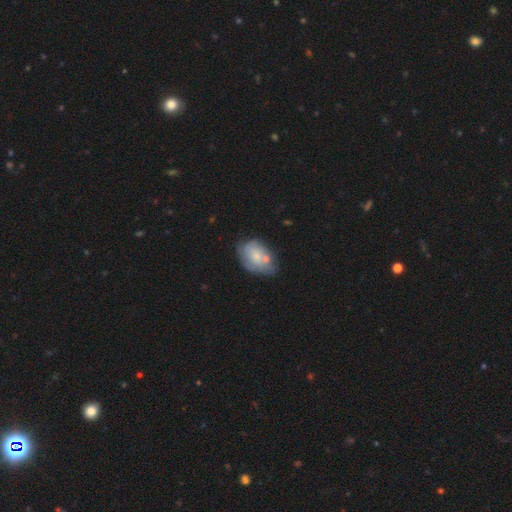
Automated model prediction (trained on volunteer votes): A smooth galaxy with no disk features (57%) that is in between round and cigar-shaped (84%). Merging: none (42%).